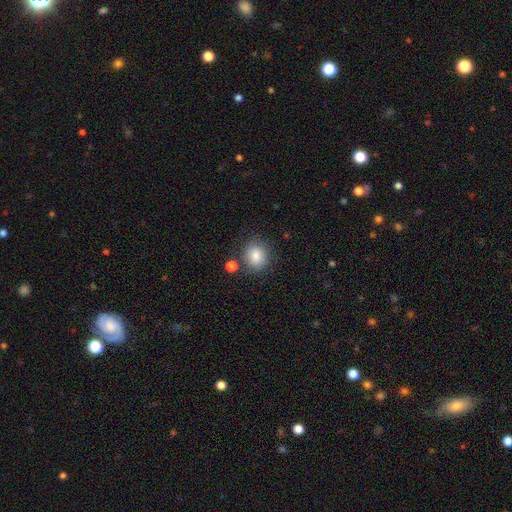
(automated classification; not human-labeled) Overall: smooth (84%). How rounded: round (71%). Merging: none (75%).